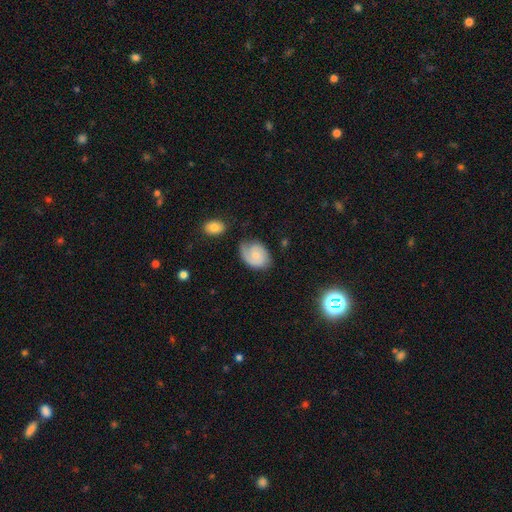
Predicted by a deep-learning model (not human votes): Smooth or featured? featured or disk (62%)
Edge-on disk? no (97%)
Bar? no (70%)
Spiral arms? yes (91%)
Spiral winding? tight (49%)
Spiral arm count? 2 (51%)
Bulge size? small (57%)
Merging? none (62%)